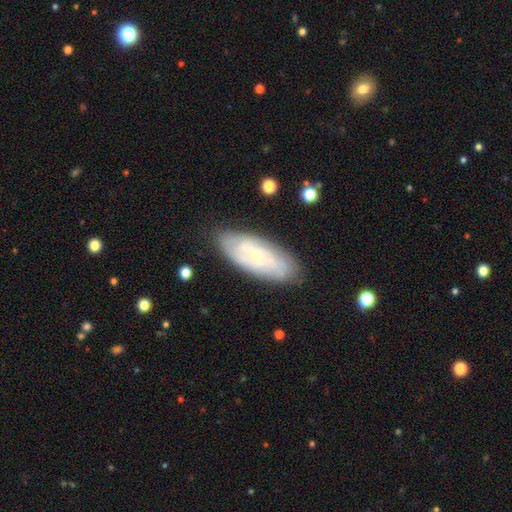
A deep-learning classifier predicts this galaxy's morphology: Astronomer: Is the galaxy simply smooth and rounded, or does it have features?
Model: featured or disk — 55% (runner-up: smooth, 38%).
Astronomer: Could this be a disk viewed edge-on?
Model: no — 87%.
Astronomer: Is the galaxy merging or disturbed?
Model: none — 81%.